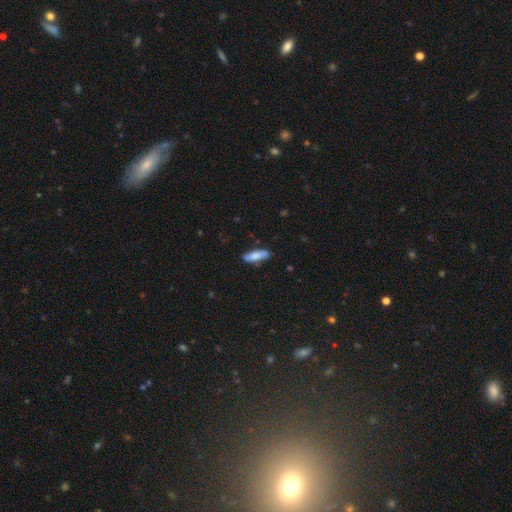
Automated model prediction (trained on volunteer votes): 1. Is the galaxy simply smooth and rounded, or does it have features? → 78% smooth, 16% featured or disk, 6% star or artifact.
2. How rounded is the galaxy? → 51% cigar-shaped, 47% in between, 2% round.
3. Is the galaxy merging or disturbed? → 79% none, 16% minor disturbance, 3% major disturbance, 2% merger.